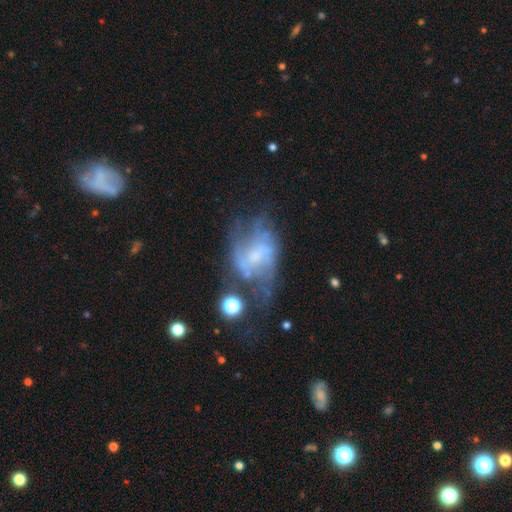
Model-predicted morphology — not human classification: smooth-or-featured: featured or disk: 73% | smooth: 16% | star or artifact: 11%
  disk-edge-on: no: 96% | yes: 4%
    bar: no: 51% | weak: 40% | strong: 9%
    has-spiral-arms: yes: 75% | no: 25%
      spiral-winding: loose: 42% | medium: 40% | tight: 19%
      spiral-arm-count: 2: 39% | can't tell: 37% | 3: 11% | 4: 5% | 1: 5% | more than 4: 4%
    bulge-size: small: 43% | moderate: 30% | none: 22% | large: 4% | dominant: 1%
  merging: none: 40% | major disturbance: 30% | minor disturbance: 22% | merger: 8%